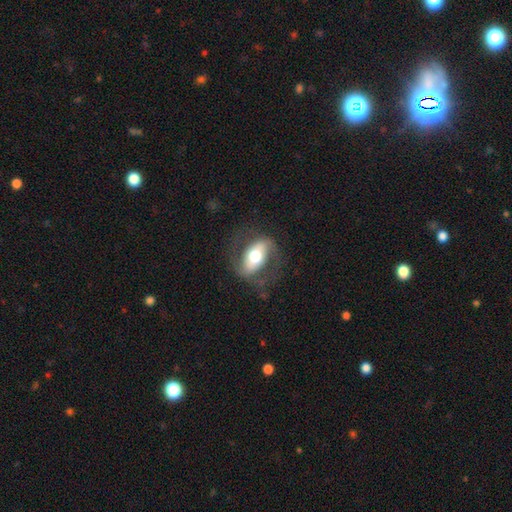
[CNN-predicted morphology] smooth_or_featured: featured or disk (p=0.70) [alt: smooth p=0.23]
disk_edge_on: no (p=0.90) [alt: yes p=0.10]
bar: strong (p=0.44) [alt: no p=0.29]
has_spiral_arms: yes (p=0.78) [alt: no p=0.22]
bulge_size: moderate (p=0.62) [alt: large p=0.22]
merging: none (p=0.70) [alt: minor disturbance p=0.16]